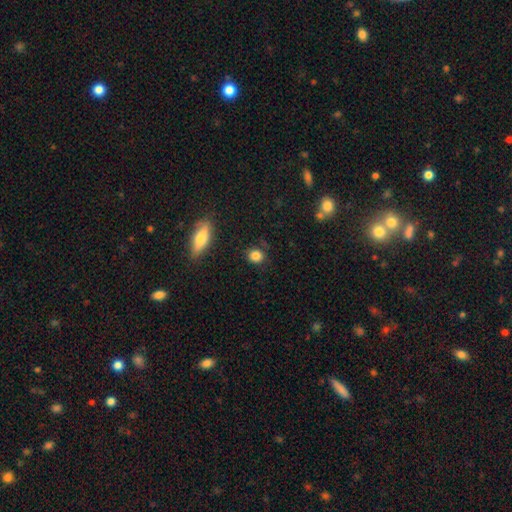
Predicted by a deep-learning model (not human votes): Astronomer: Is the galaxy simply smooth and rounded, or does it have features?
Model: smooth — 85%.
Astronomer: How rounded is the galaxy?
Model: round — 70%.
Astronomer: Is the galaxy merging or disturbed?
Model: none — 82%.